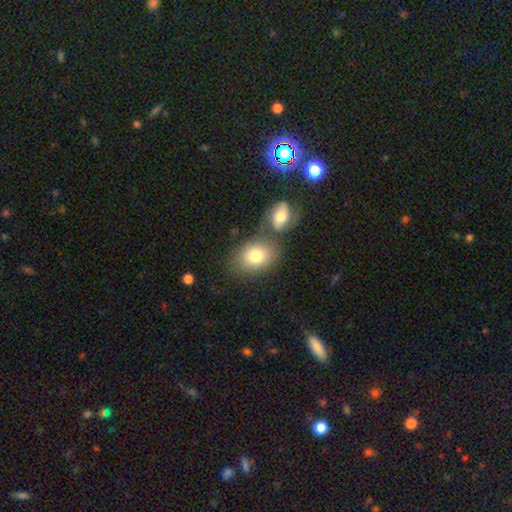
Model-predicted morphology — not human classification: A smooth galaxy with no disk features (79%) that is in between round and cigar-shaped (69%). Merging: none (55%).